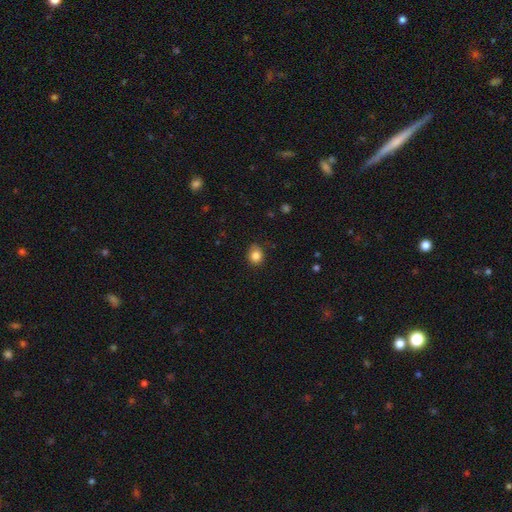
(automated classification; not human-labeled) smooth-or-featured: smooth: 85% | star or artifact: 10% | featured or disk: 5%
  how-rounded: round: 70% | in between: 29% | cigar-shaped: 1%
  merging: none: 79% | minor disturbance: 17% | major disturbance: 3% | merger: 1%